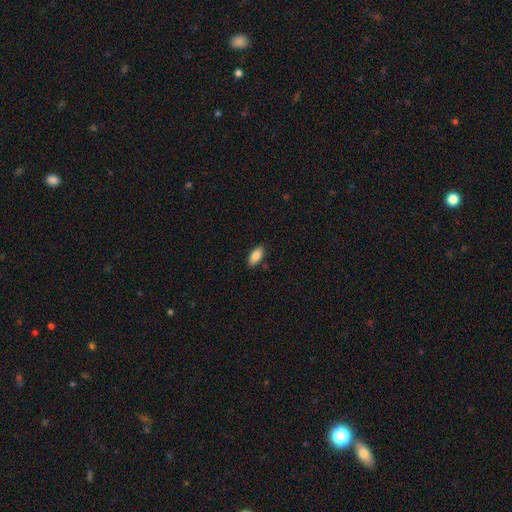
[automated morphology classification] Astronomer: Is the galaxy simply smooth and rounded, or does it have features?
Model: smooth — 84%.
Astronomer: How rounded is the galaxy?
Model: in between — 88%.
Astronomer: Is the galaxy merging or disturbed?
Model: none — 86%.